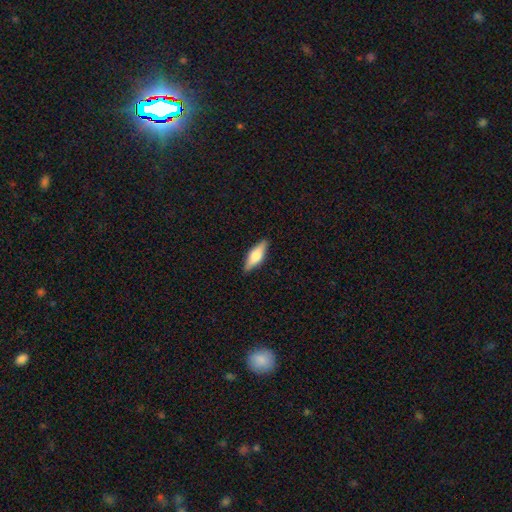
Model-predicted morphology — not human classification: smooth 55%, featured or disk 39%, star or artifact 6%. Down the decision tree: how rounded — in between (55%); merging — none (87%).